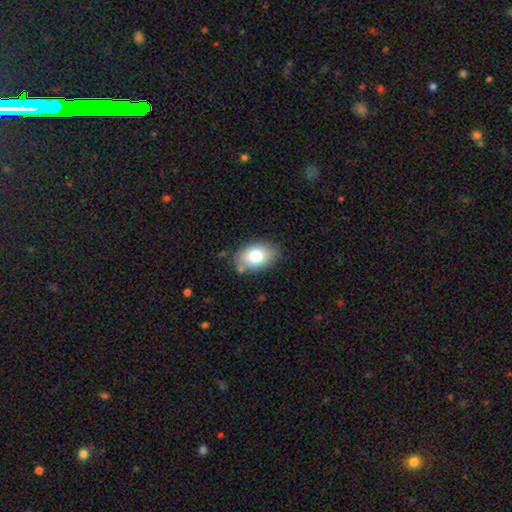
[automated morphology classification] Smooth or featured? Predicted: smooth (p=0.78). How rounded? Predicted: in between (p=0.86). Merging? Predicted: none (p=0.79).